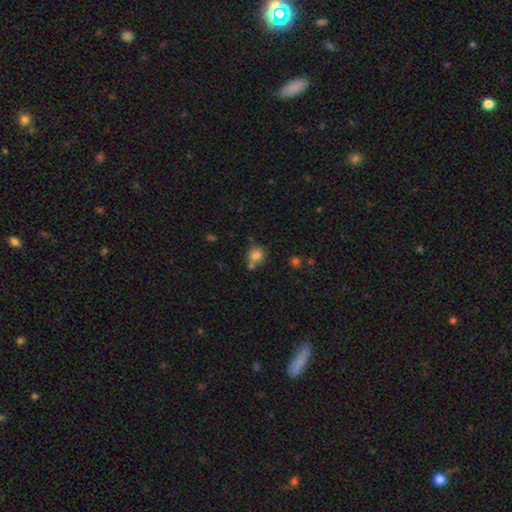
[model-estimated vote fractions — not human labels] Smooth or featured: smooth — 80% (star or artifact — 12%)
How rounded: round — 73% (in between — 25%)
Merging: none — 56% (merger — 22%)